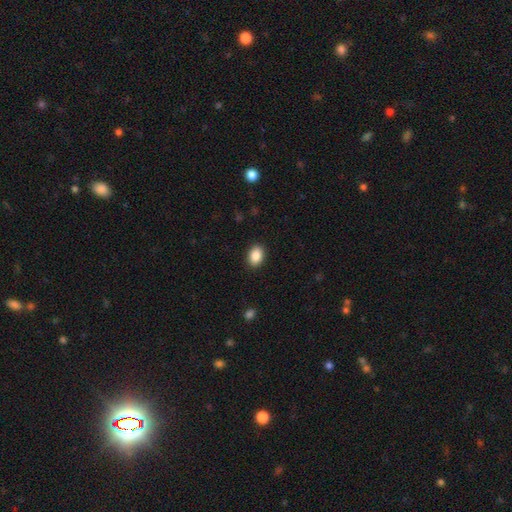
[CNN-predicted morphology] type=smooth (88%); roundness=in between (80%); merging=none (90%).